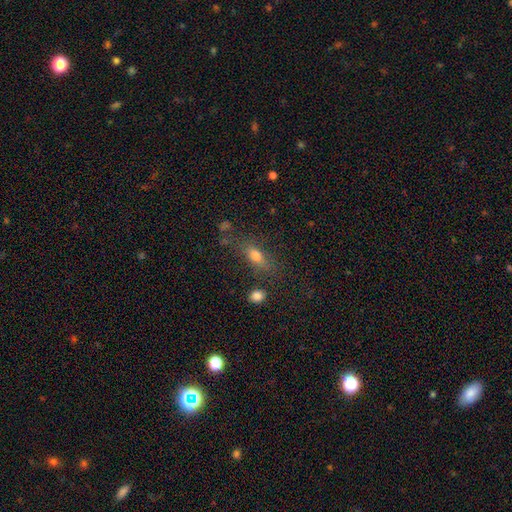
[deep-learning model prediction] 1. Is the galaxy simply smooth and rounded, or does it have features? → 69% smooth, 18% featured or disk, 13% star or artifact.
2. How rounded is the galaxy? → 64% in between, 26% cigar-shaped, 9% round.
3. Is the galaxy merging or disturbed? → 70% none, 17% minor disturbance, 8% major disturbance, 5% merger.